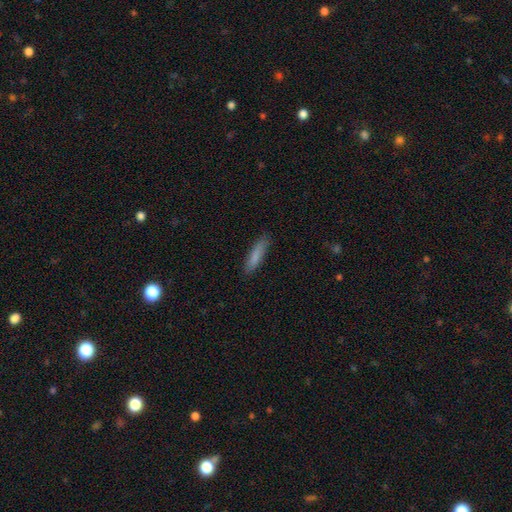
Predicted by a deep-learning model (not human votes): A smooth galaxy with no disk features (83%) that is cigar-shaped (78%). Merging: none (86%).